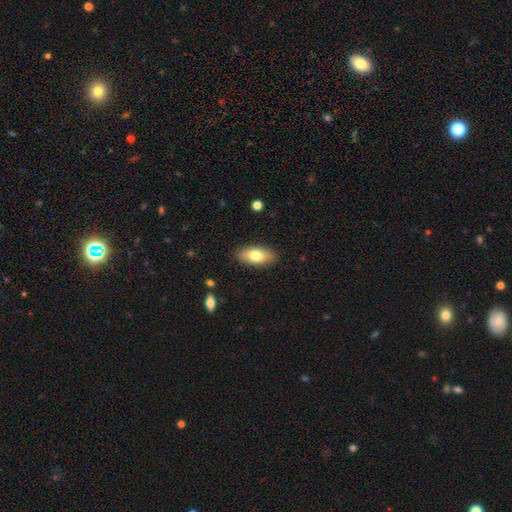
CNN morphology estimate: Overall: smooth (76%). How rounded: in between (88%). Merging: none (88%).